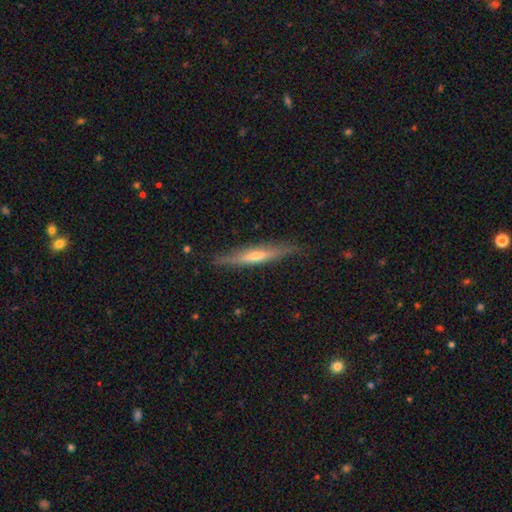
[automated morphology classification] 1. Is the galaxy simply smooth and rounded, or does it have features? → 58% featured or disk, 36% smooth, 6% star or artifact.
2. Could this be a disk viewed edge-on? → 93% yes, 7% no.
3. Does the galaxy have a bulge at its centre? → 55% rounded, 34% none, 11% boxy.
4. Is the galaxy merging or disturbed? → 83% none, 13% minor disturbance, 3% major disturbance, 1% merger.